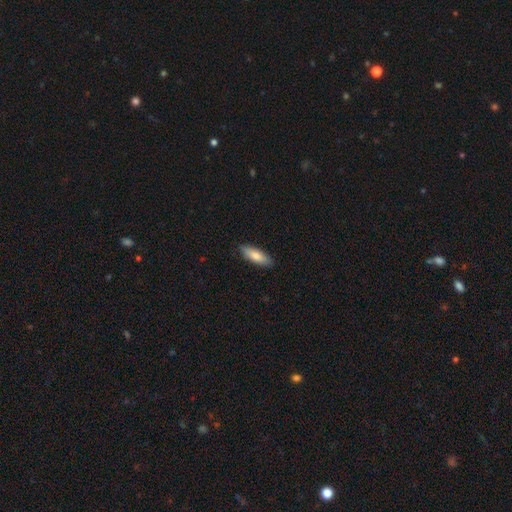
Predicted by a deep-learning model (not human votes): Smooth or featured? smooth (81%)
How rounded? in between (60%)
Merging? none (88%)